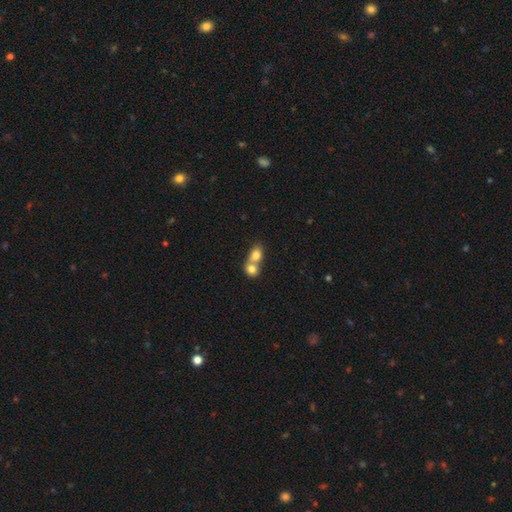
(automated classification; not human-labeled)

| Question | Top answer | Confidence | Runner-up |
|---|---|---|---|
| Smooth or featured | smooth | 78% | featured or disk (13%) |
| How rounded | round | 53% | in between (46%) |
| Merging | merger | 72% | none (21%) |